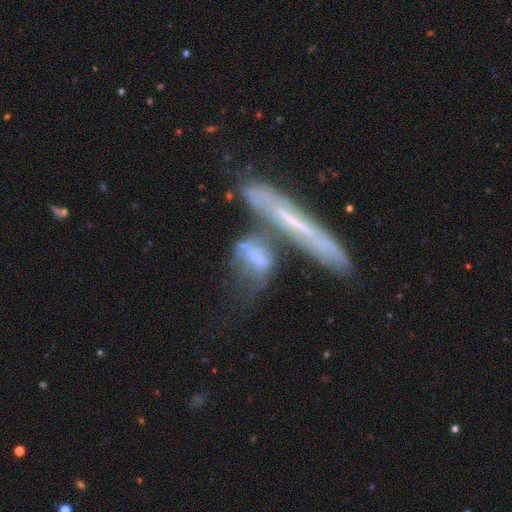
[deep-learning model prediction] Morphology: type=featured or disk (55%); edge-on=no (62%); merging=merger (43%).